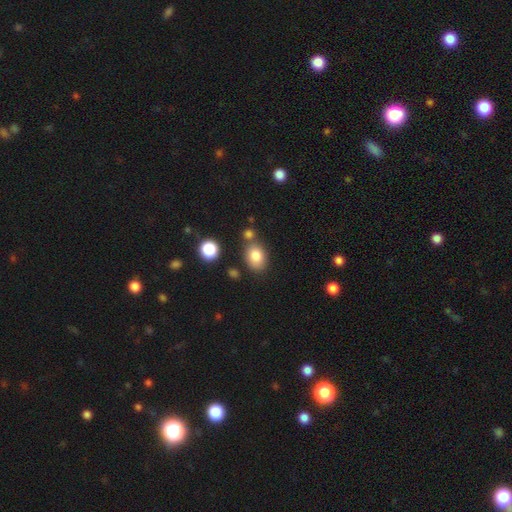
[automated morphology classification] smooth 82%, star or artifact 10%, featured or disk 8%. Down the decision tree: how rounded — in between (69%); merging — none (67%).